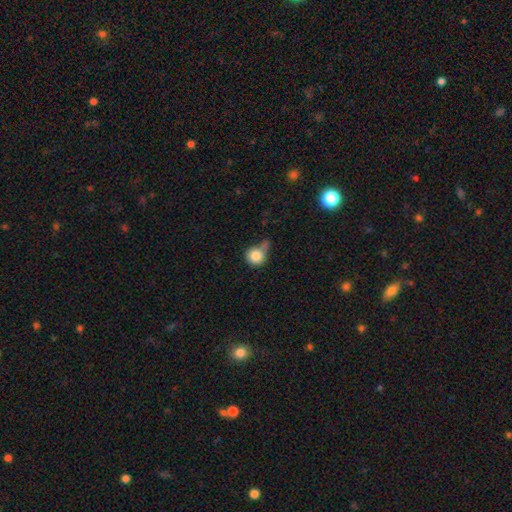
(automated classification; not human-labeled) Overall: smooth (82%). How rounded: round (87%). Merging: none (37%; minor disturbance 25%).